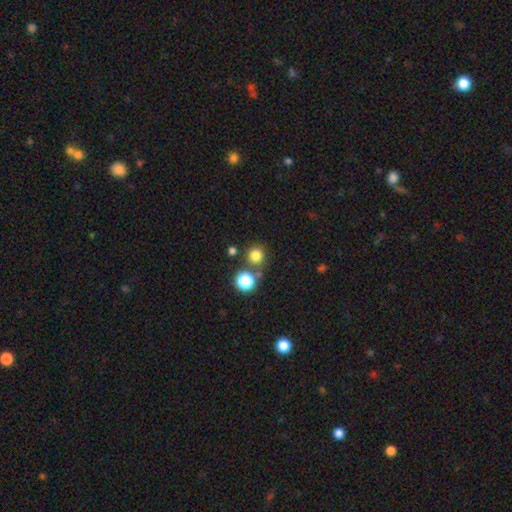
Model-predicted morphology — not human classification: smooth 78%, star or artifact 16%, featured or disk 6%. Down the decision tree: how rounded — round (92%); merging — none (75%).